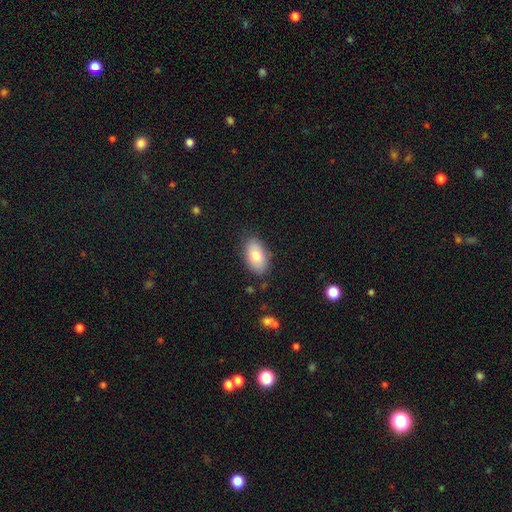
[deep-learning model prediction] smooth_or_featured: smooth (p=0.75) [alt: featured or disk p=0.18]
how_rounded: in between (p=0.92) [alt: round p=0.07]
merging: none (p=0.82) [alt: minor disturbance p=0.13]